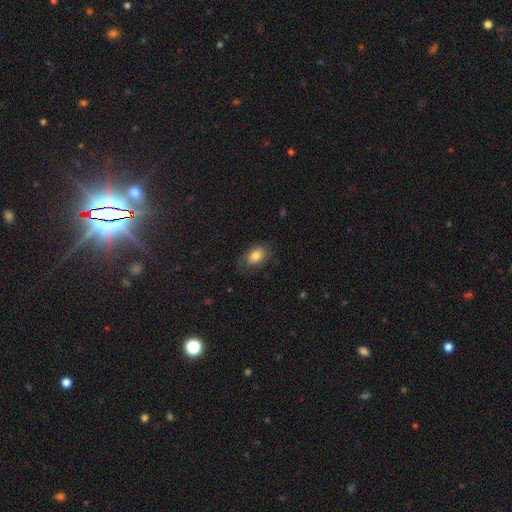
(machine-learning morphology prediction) Q: Smooth or featured?
A: smooth (78%); runner-up: featured or disk (13%)
Q: How rounded?
A: in between (83%); runner-up: round (15%)
Q: Merging?
A: none (74%); runner-up: minor disturbance (19%)